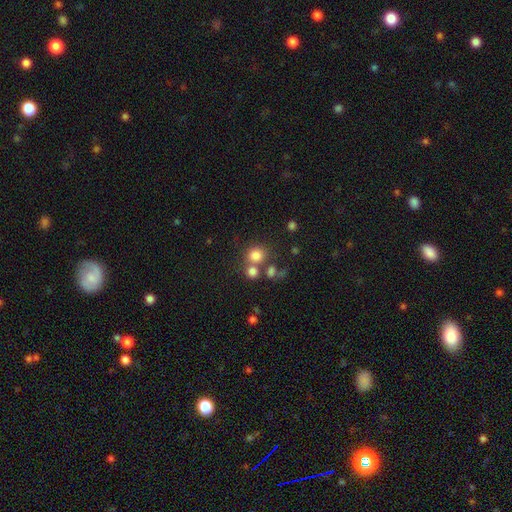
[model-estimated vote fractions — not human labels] smooth-or-featured: smooth: 78% | star or artifact: 13% | featured or disk: 9%
  how-rounded: round: 82% | in between: 17% | cigar-shaped: 1%
  merging: none: 54% | merger: 31% | minor disturbance: 9% | major disturbance: 5%